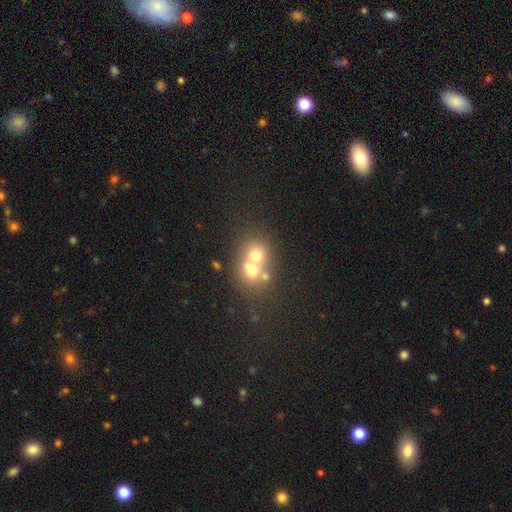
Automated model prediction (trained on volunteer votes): Smooth or featured? smooth (61%)
How rounded? round (71%)
Merging? merger (64%)